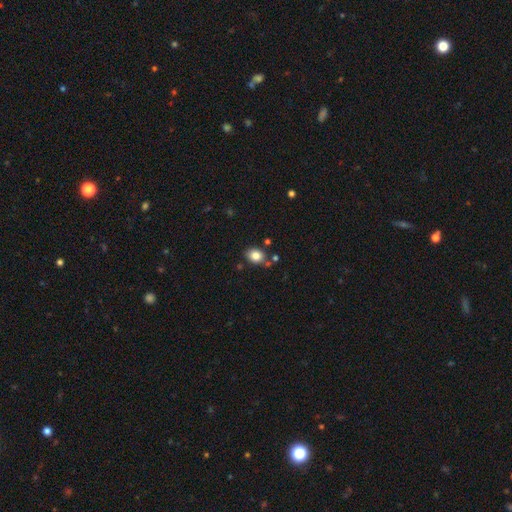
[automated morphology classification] Smooth or featured? Predicted: smooth (p=0.83). How rounded? Predicted: in between (p=0.53). Merging? Predicted: none (p=0.77).